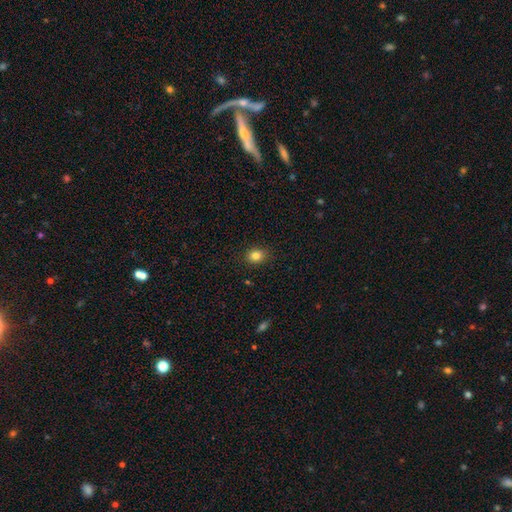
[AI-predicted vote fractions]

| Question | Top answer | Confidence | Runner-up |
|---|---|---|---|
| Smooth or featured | smooth | 82% | star or artifact (12%) |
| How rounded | round | 59% | in between (40%) |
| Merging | none | 88% | minor disturbance (9%) |